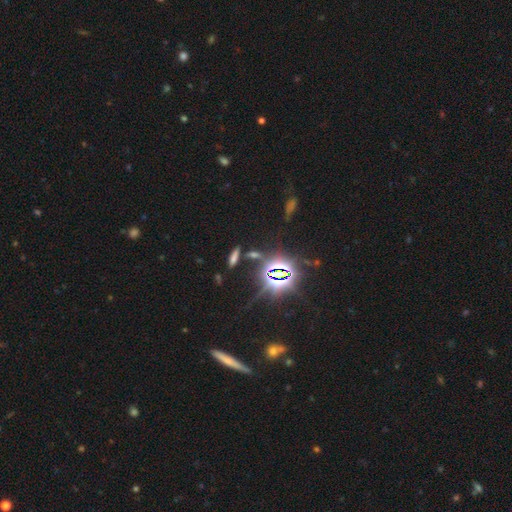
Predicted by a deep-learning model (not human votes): Q: Smooth or featured?
A: star or artifact (71%); runner-up: smooth (16%)